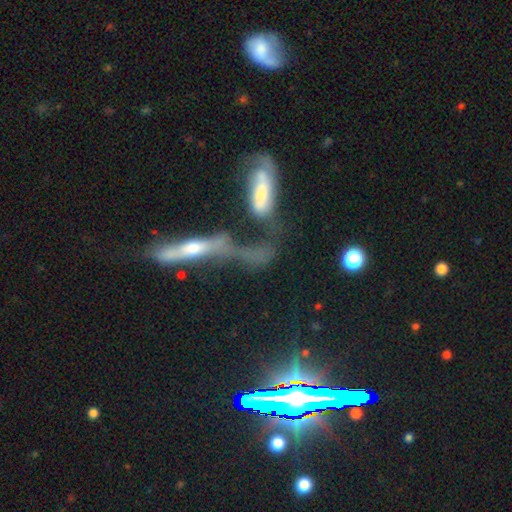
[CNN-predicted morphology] smooth 39%, featured or disk 38%, star or artifact 23%. Down the decision tree: merging — merger (38%).